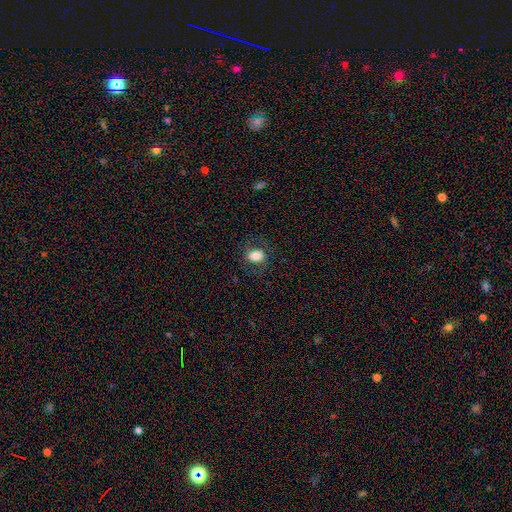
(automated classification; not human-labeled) This is likely a smooth galaxy (76%). How rounded: likely in between (66%). Merging: likely none (75%).